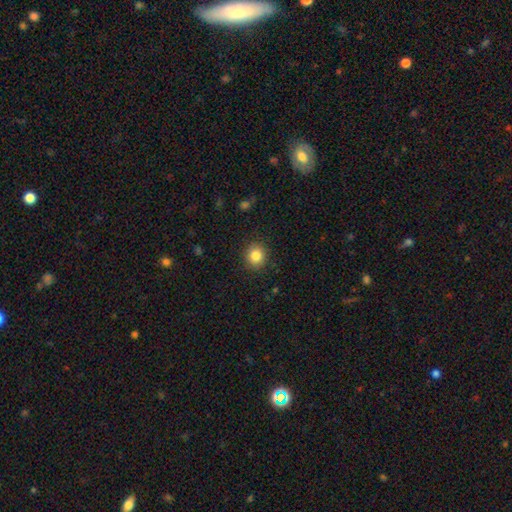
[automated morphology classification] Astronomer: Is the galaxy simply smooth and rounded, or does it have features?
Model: smooth — 84%.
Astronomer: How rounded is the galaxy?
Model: round — 86%.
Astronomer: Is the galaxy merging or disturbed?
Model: none — 90%.